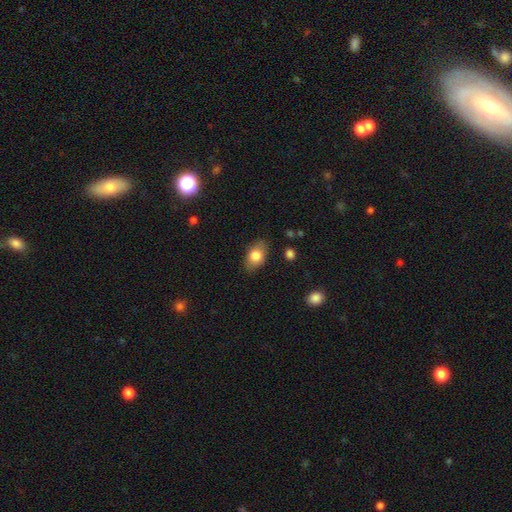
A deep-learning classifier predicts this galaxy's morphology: smooth_or_featured: smooth (p=0.79) [alt: featured or disk p=0.13]
how_rounded: in between (p=0.85) [alt: round p=0.13]
merging: none (p=0.82) [alt: minor disturbance p=0.13]